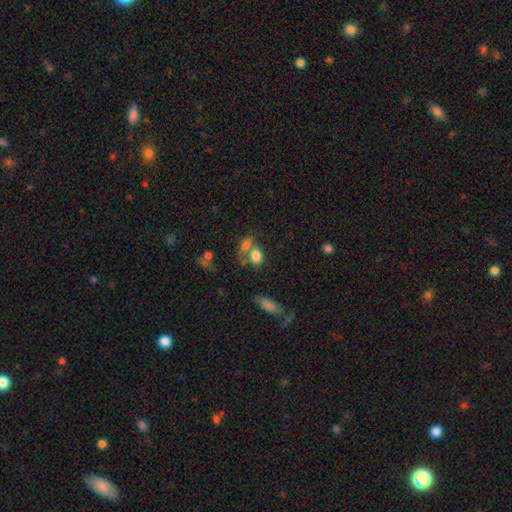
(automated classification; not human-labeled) Smooth or featured?
  - smooth: 78% *
  - star or artifact: 11%
  - featured or disk: 10%
How rounded?
  - in between: 71% *
  - round: 26%
  - cigar-shaped: 3%
Merging?
  - none: 42% *
  - merger: 39%
  - minor disturbance: 13%
  - major disturbance: 7%